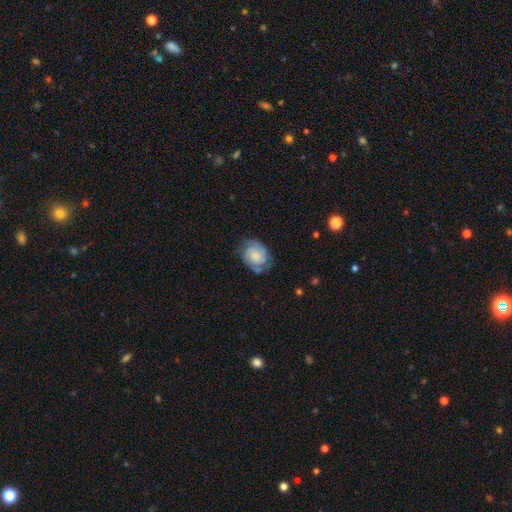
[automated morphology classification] Smooth or featured? Predicted: featured or disk (p=0.67). Edge-on disk? Predicted: no (p=0.97). Bar? Predicted: no (p=0.68). Spiral arms? Predicted: yes (p=0.93). Spiral winding? Predicted: tight (p=0.52). Spiral arm count? Predicted: 2 (p=0.75). Bulge size? Predicted: small (p=0.33). Merging? Predicted: none (p=0.70).